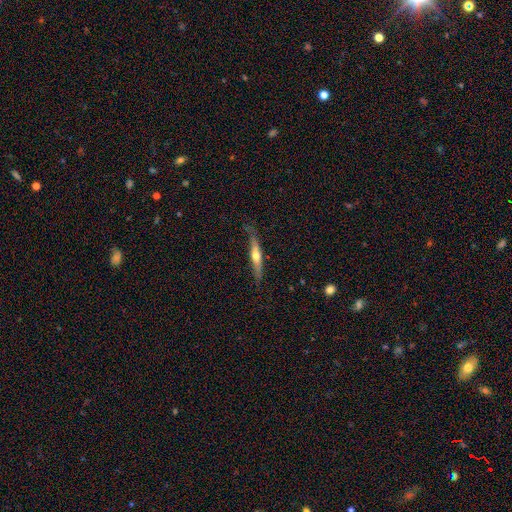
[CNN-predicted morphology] Q: Smooth or featured?
A: featured or disk (56%); runner-up: smooth (38%)
Q: Edge-on disk?
A: yes (91%); runner-up: no (9%)
Q: Edge-on bulge?
A: rounded (87%); runner-up: none (9%)
Q: Merging?
A: none (71%); runner-up: minor disturbance (22%)